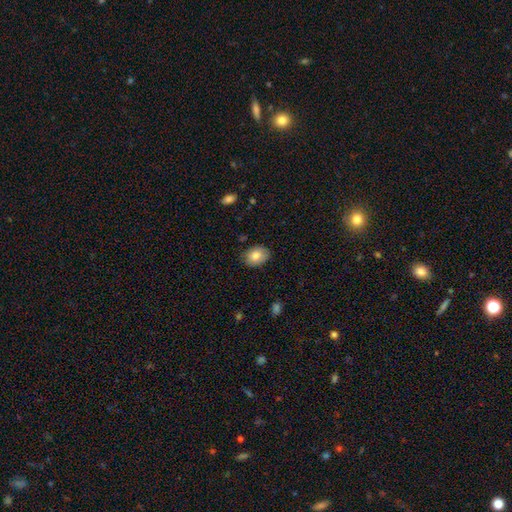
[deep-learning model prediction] A smooth galaxy with no disk features (82%) that is in between round and cigar-shaped (76%).

Vote fractions:
- Smooth or featured? smooth: 82% / featured or disk: 10% / star or artifact: 8%
- How rounded? in between: 76% / round: 23% / cigar-shaped: 1%
- Merging? none: 83% / minor disturbance: 13% / major disturbance: 2% / merger: 1%